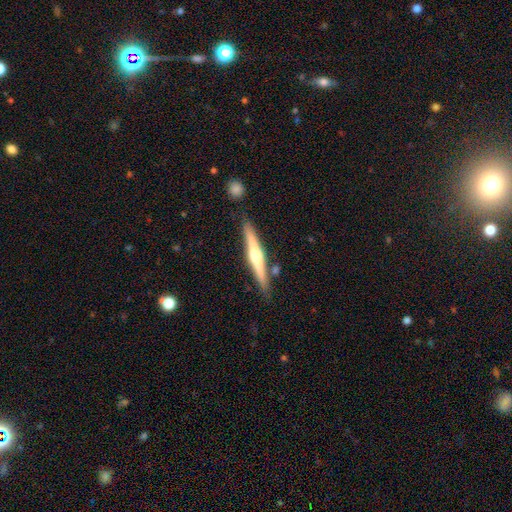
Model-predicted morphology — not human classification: The model was most divided on "smooth or featured": featured or disk: 68%, smooth: 27%, star or artifact: 5%. More confident: edge-on disk — yes (98%); edge-on bulge — rounded (89%); merging — none (84%).